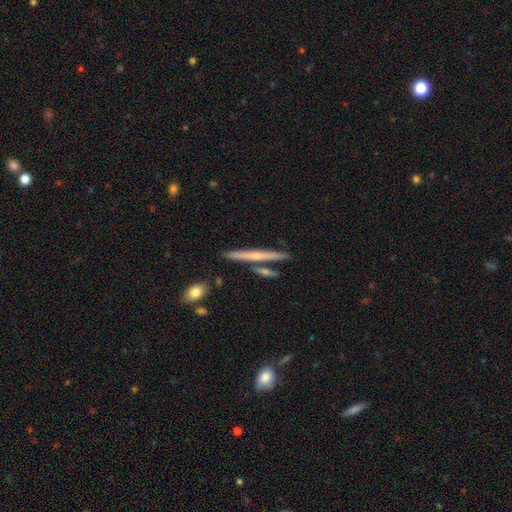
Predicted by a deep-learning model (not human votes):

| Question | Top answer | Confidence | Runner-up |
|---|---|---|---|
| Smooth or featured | featured or disk | 54% | smooth (40%) |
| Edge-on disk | yes | 96% | no (4%) |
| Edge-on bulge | none | 61% | rounded (33%) |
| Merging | none | 81% | minor disturbance (9%) |